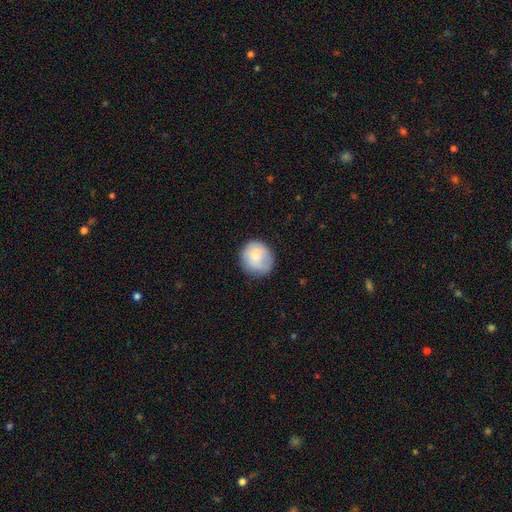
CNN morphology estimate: A smooth galaxy with no disk features (77%) that is round (79%). Merging: none (68%).